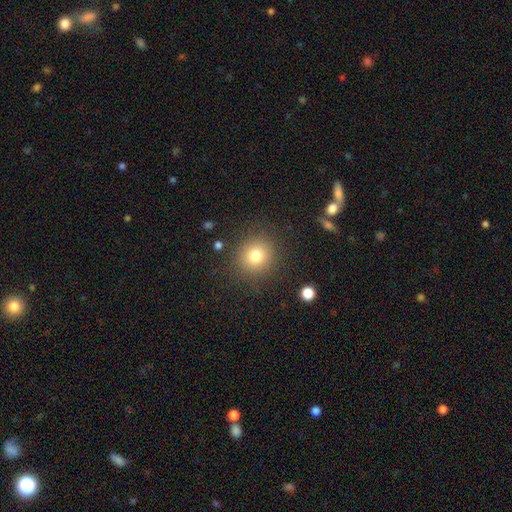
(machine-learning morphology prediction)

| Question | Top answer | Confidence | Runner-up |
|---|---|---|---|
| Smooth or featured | smooth | 79% | star or artifact (13%) |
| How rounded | round | 87% | in between (12%) |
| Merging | none | 86% | minor disturbance (9%) |